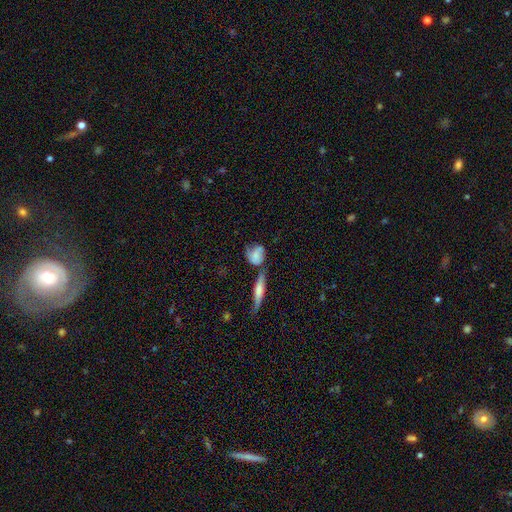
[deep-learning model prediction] Smooth or featured? smooth (61%)
How rounded? in between (46%)
Merging? none (39%)